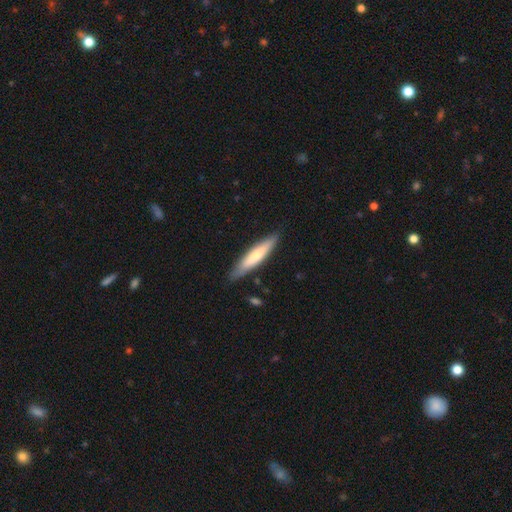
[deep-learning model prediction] This is likely a smooth galaxy (61%). How rounded: clearly cigar-shaped (85%). Merging: clearly none (85%).